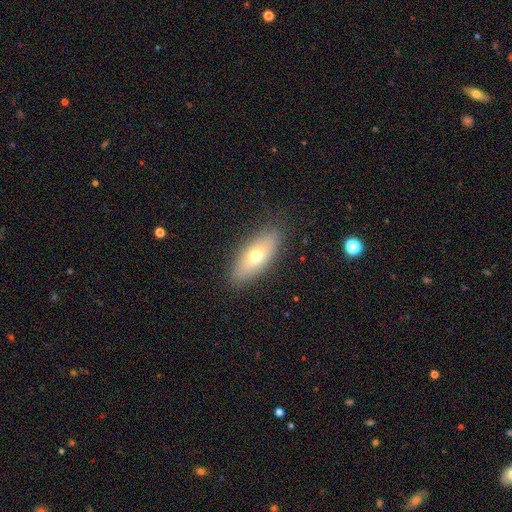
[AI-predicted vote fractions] A smooth galaxy with no disk features (63%) that is in between round and cigar-shaped (73%). Merging: none (87%).